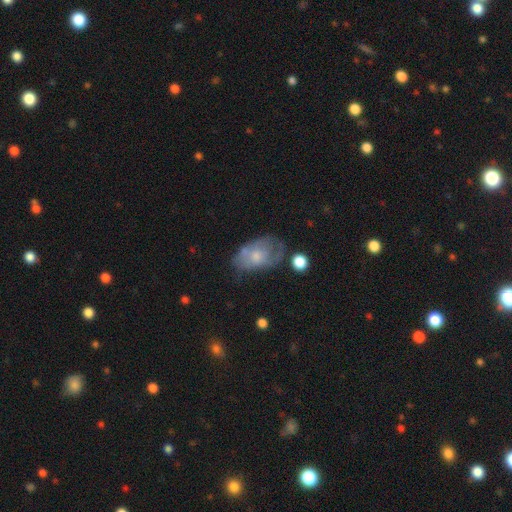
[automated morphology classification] Q: Smooth or featured?
A: smooth (48%); runner-up: featured or disk (44%)
Q: Merging?
A: none (42%); runner-up: minor disturbance (32%)